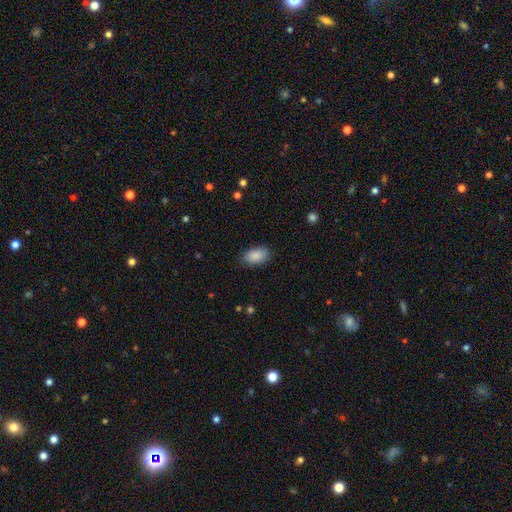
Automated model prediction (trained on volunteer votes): Smooth or featured?
  - smooth: 89% *
  - star or artifact: 7%
  - featured or disk: 4%
How rounded?
  - in between: 93% *
  - round: 5%
  - cigar-shaped: 2%
Merging?
  - none: 84% *
  - minor disturbance: 12%
  - major disturbance: 3%
  - merger: 1%